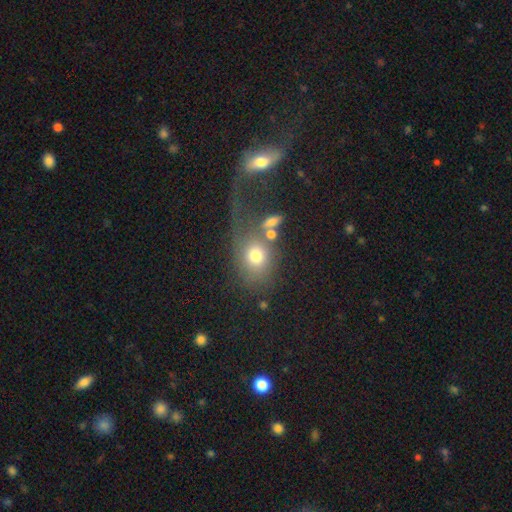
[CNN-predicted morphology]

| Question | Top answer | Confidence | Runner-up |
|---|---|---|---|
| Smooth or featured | smooth | 67% | featured or disk (20%) |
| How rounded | round | 51% | in between (46%) |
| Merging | none | 31% | tied: major disturbance (31%) |